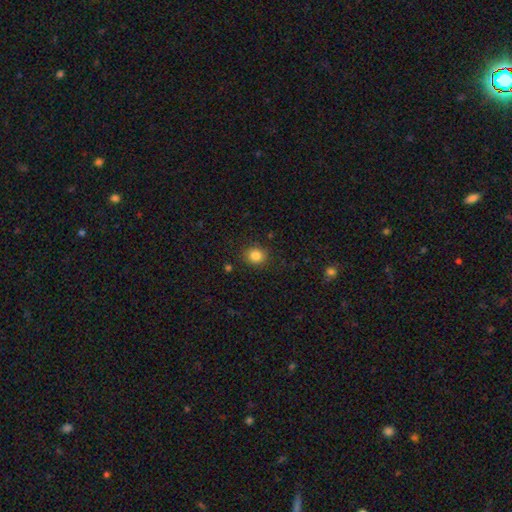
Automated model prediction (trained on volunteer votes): Morphology: type=smooth (84%); roundness=round (77%); merging=none (86%).